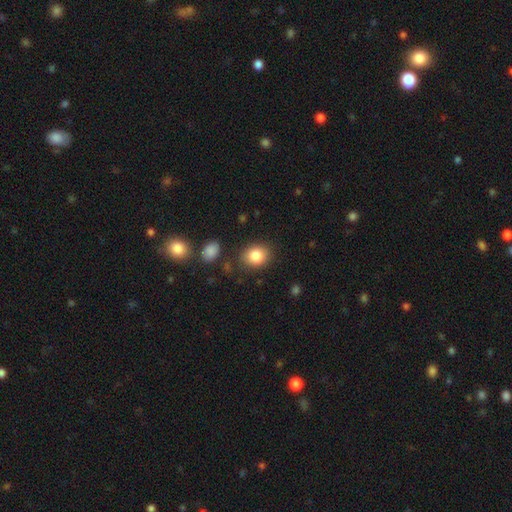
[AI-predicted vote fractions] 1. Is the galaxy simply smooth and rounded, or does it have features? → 85% smooth, 9% star or artifact, 6% featured or disk.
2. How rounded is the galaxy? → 56% round, 43% in between, 1% cigar-shaped.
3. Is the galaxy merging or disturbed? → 83% none, 11% minor disturbance, 3% major disturbance, 3% merger.